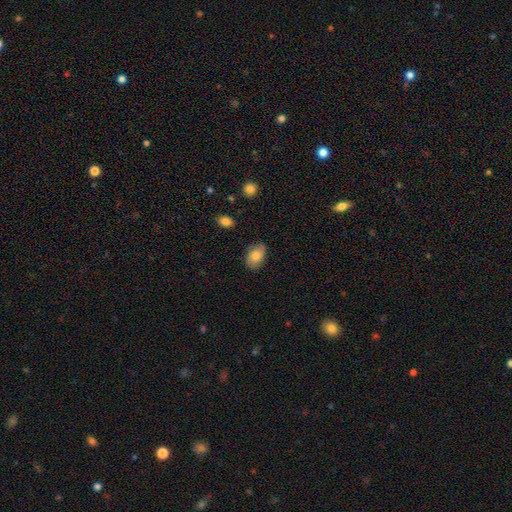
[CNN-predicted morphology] The model was most divided on "merging": none: 76%, minor disturbance: 19%, major disturbance: 4%, merger: 1%. More confident: how rounded — in between (83%); smooth or featured — smooth (78%).